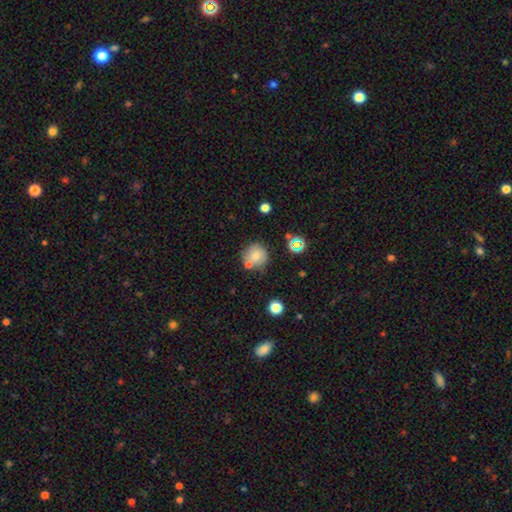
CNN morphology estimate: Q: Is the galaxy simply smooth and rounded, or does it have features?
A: smooth — 71%.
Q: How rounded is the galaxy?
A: round — 92%.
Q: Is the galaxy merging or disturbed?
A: none — 66%.